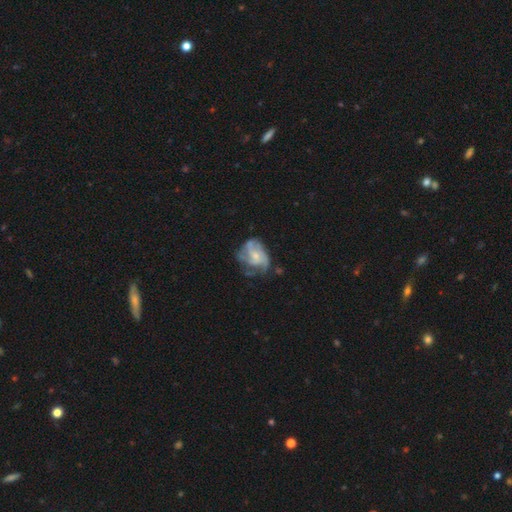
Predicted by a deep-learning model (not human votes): Smooth or featured: featured or disk — 73% (smooth — 19%)
Edge-on disk: no — 98% (yes — 2%)
Bar: no — 69% (weak — 27%)
Spiral arms: yes — 83% (no — 17%)
Spiral winding: medium — 43% (tight — 34%)
Spiral arm count: 3 — 31% (can't tell — 28%)
Bulge size: small — 56% (moderate — 32%)
Merging: none — 49% (minor disturbance — 26%)